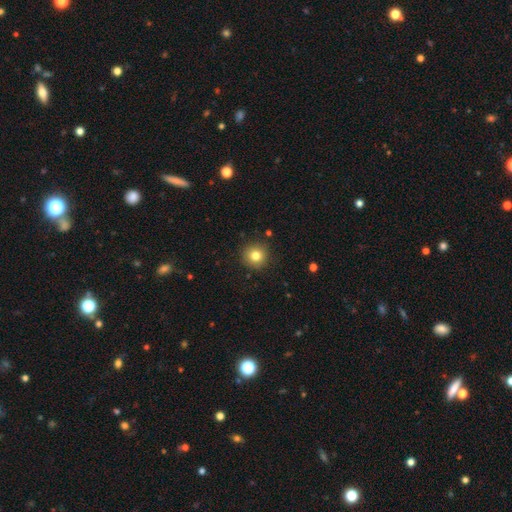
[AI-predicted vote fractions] Smooth or featured?
  - smooth: 80% *
  - star or artifact: 12%
  - featured or disk: 8%
How rounded?
  - round: 94% *
  - in between: 5%
  - cigar-shaped: 1%
Merging?
  - none: 90% *
  - minor disturbance: 6%
  - major disturbance: 2%
  - merger: 1%